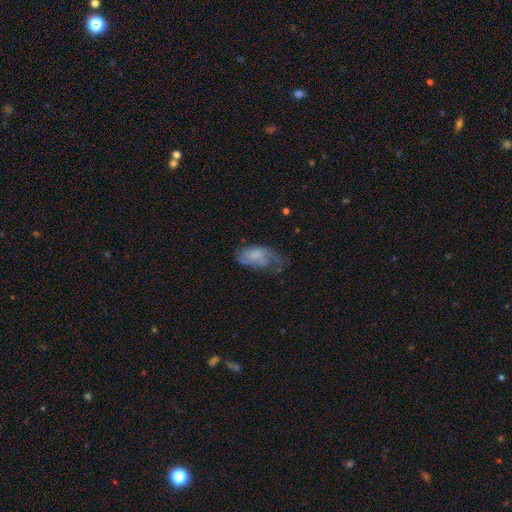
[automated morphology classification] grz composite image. It shows a smooth galaxy with no disk features (47%). Merging: none (35%).